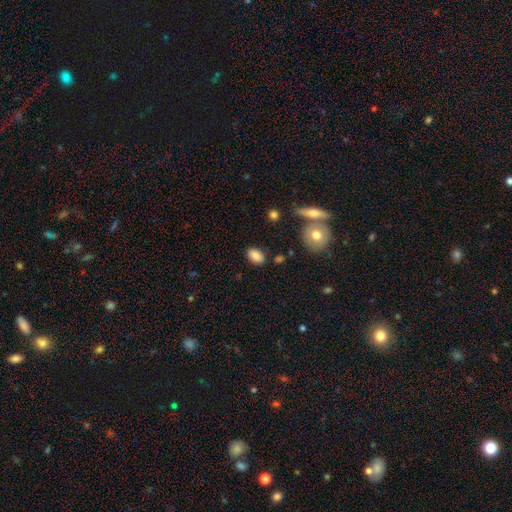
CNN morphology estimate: smooth-or-featured: smooth: 85% | star or artifact: 8% | featured or disk: 7%
  how-rounded: in between: 89% | round: 9% | cigar-shaped: 2%
  merging: none: 83% | minor disturbance: 10% | merger: 3% | major disturbance: 3%